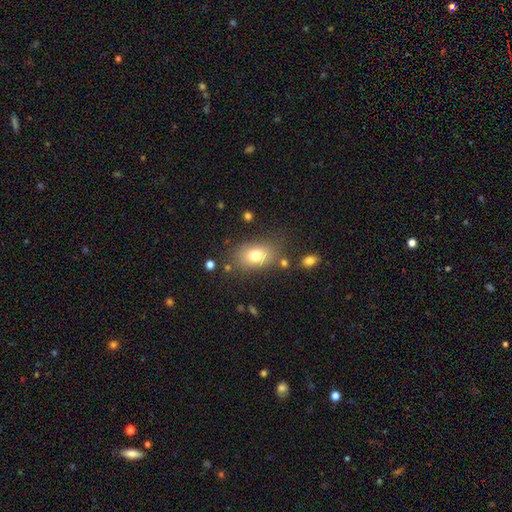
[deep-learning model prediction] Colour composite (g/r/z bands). It shows a smooth galaxy with no disk features (77%) that is in between round and cigar-shaped (79%). Merging: none (74%).